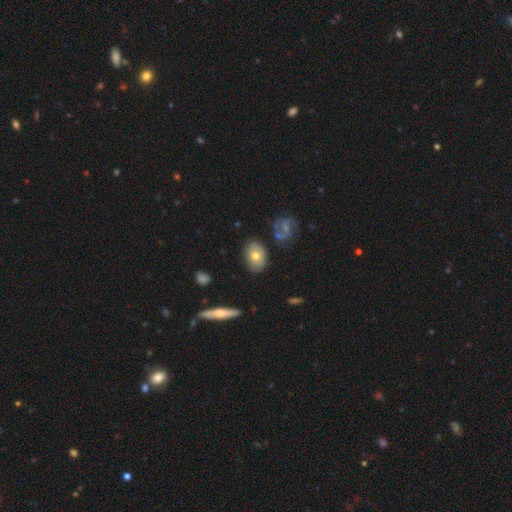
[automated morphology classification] Overall: smooth (59%; featured or disk 33%). How rounded: in between (81%). Merging: none (78%).